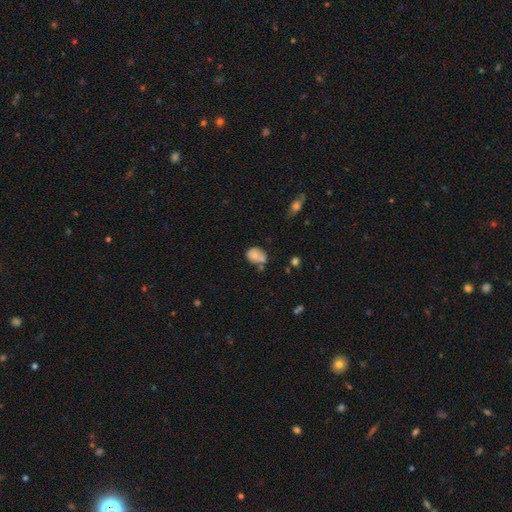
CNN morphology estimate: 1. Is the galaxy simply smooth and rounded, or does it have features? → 69% smooth, 22% featured or disk, 10% star or artifact.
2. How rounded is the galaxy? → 63% in between, 36% round, 1% cigar-shaped.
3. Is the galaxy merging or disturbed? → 42% none, 26% minor disturbance, 23% merger, 9% major disturbance.